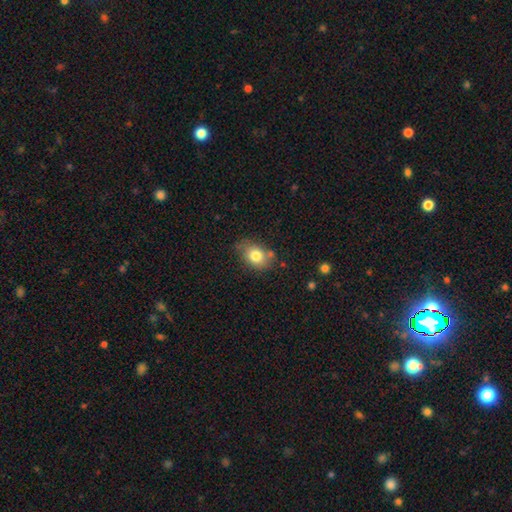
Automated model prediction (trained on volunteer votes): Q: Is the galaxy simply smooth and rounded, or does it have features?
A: smooth — 79%.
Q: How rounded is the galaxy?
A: in between — 69%.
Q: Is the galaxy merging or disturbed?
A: none — 69%.